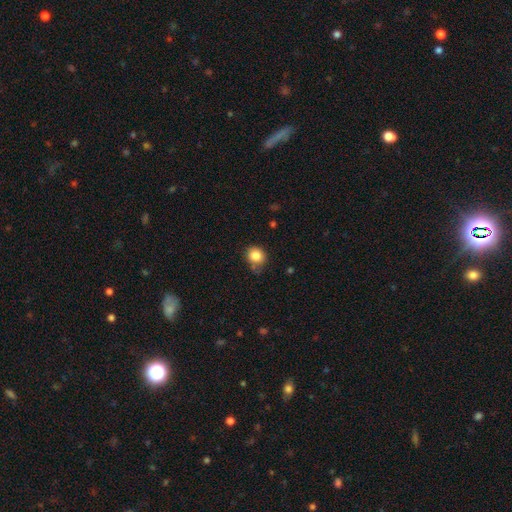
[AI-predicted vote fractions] Smooth or featured?
  - smooth: 84% *
  - star or artifact: 10%
  - featured or disk: 6%
How rounded?
  - round: 76% *
  - in between: 23%
  - cigar-shaped: 1%
Merging?
  - none: 66% *
  - minor disturbance: 25%
  - major disturbance: 5%
  - merger: 4%